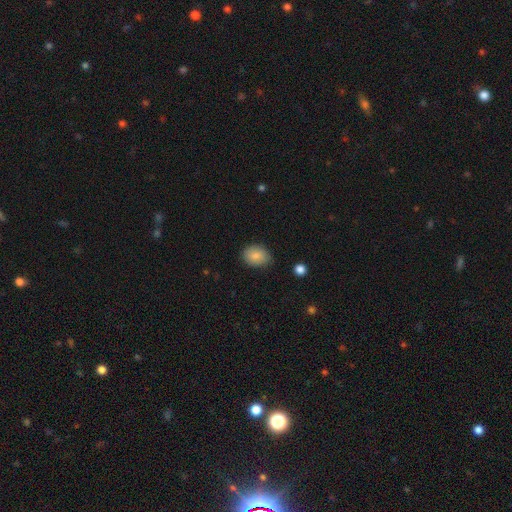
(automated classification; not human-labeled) Morphology: type=smooth (85%); roundness=in between (66%); merging=none (79%).